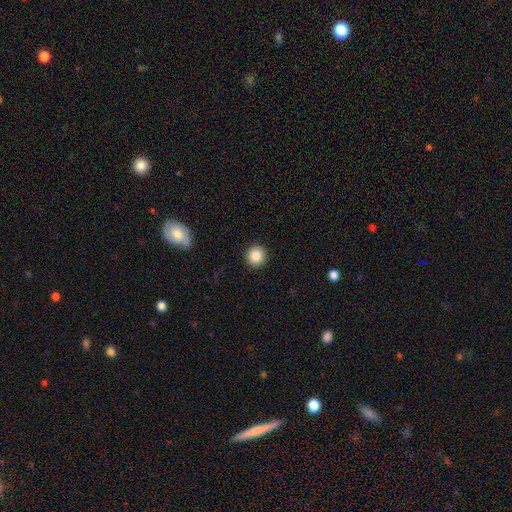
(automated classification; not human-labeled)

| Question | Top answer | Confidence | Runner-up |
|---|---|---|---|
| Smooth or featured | smooth | 86% | star or artifact (9%) |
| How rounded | round | 94% | in between (5%) |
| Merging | none | 92% | minor disturbance (5%) |